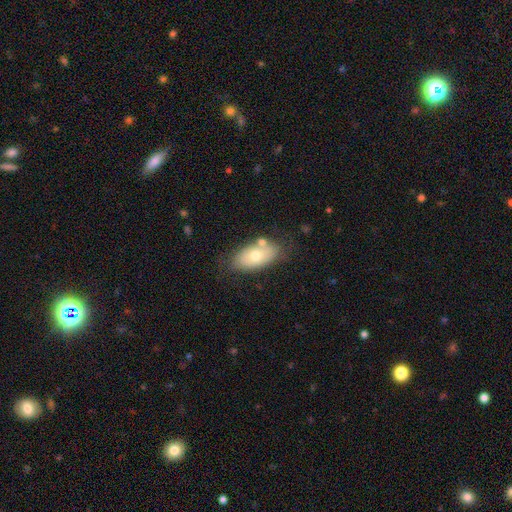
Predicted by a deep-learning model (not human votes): Smooth or featured? Predicted: smooth (p=0.67). How rounded? Predicted: in between (p=0.92). Merging? Predicted: none (p=0.67).